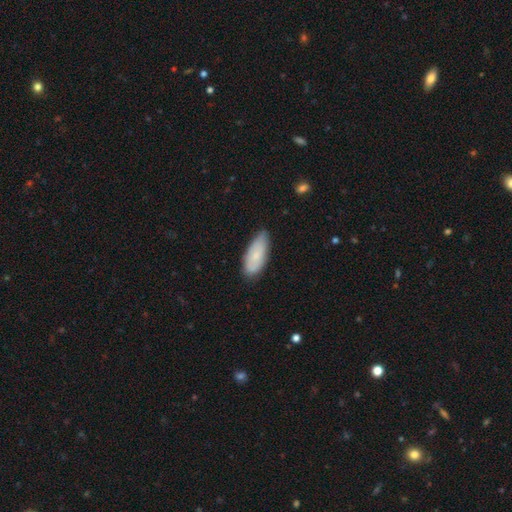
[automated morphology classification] Smooth or featured: smooth — 72% (featured or disk — 22%)
How rounded: in between — 83% (cigar-shaped — 15%)
Merging: none — 71% (minor disturbance — 24%)